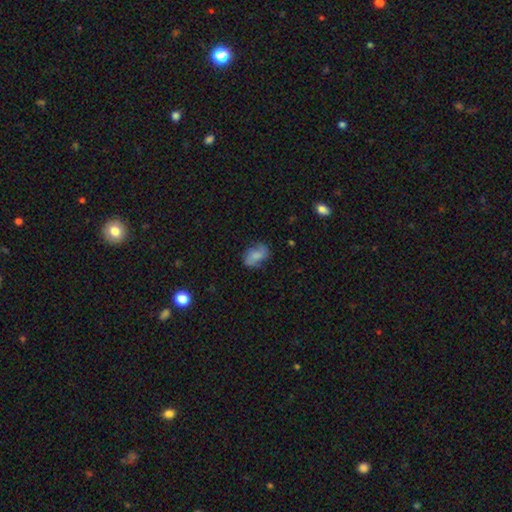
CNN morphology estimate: smooth 60%, featured or disk 30%, star or artifact 10%. Down the decision tree: how rounded — in between (84%); merging — none (64%).